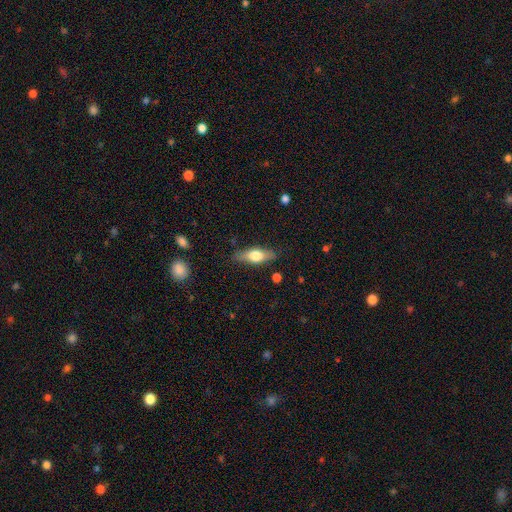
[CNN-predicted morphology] This is possibly a smooth galaxy (54%). How rounded: likely in between (63%). Merging: clearly none (82%).